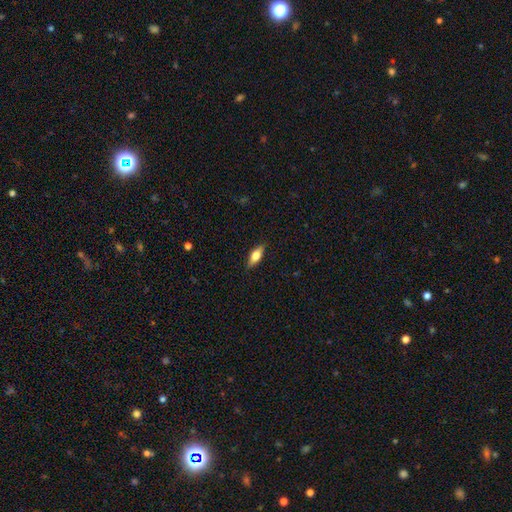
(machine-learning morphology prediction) This is possibly a smooth galaxy (59%). How rounded: likely in between (70%). Merging: clearly none (87%).